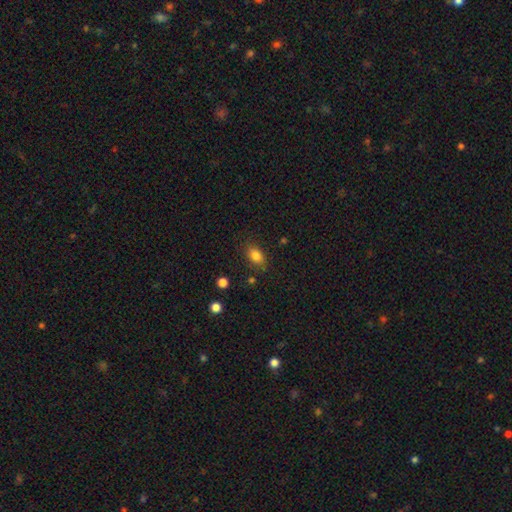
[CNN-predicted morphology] type=smooth (83%); roundness=in between (82%); merging=none (81%).